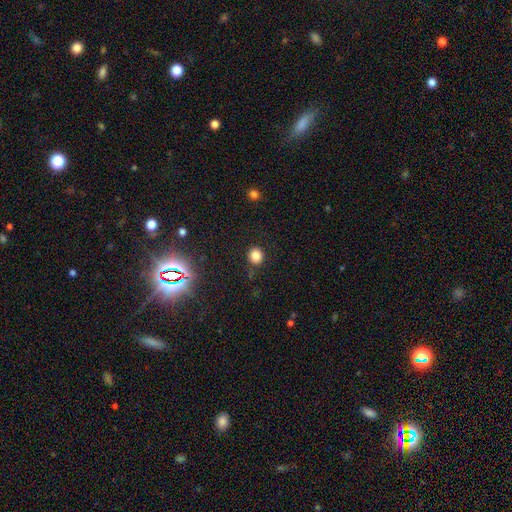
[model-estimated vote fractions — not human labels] A smooth galaxy with no disk features (81%) that is round (84%).

Vote fractions:
- Smooth or featured? smooth: 81% / star or artifact: 14% / featured or disk: 5%
- How rounded? round: 84% / in between: 15% / cigar-shaped: 1%
- Merging? none: 87% / minor disturbance: 9% / major disturbance: 3% / merger: 2%